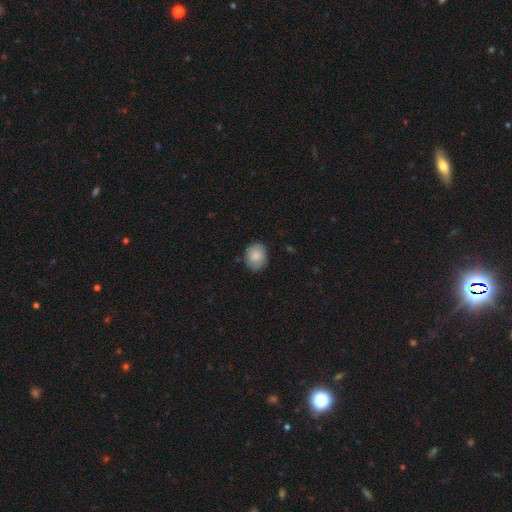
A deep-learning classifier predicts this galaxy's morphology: A smooth galaxy with no disk features (87%) that is round (53%). Merging: none (82%).